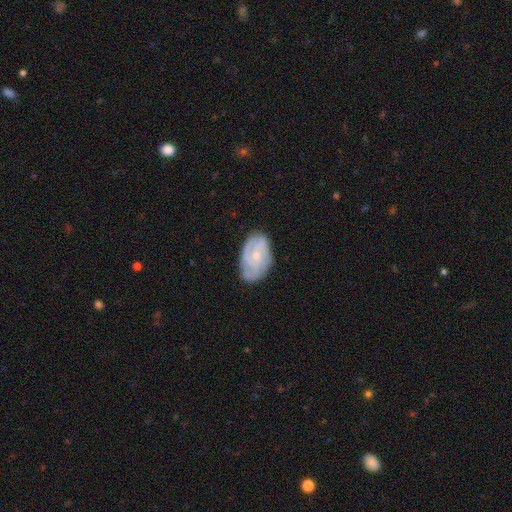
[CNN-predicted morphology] This appears to be a featured or disk galaxy (77%) with no bar (72%), 3 (30%) tight (58%) spiral arms (92%) and a small central bulge (59%). Merging: none (72%).